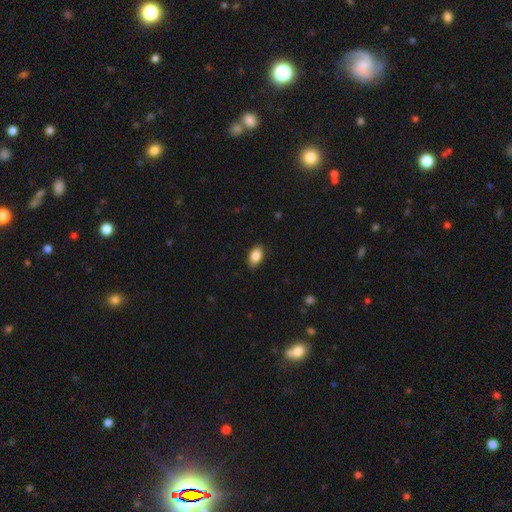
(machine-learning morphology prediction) A smooth galaxy with no disk features (85%) that is in between round and cigar-shaped (91%). Merging: none (86%).